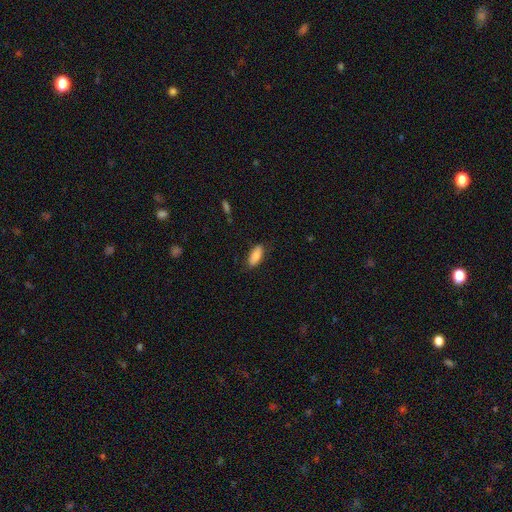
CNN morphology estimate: smooth_or_featured: smooth (p=0.84) [alt: featured or disk p=0.10]
how_rounded: in between (p=0.81) [alt: cigar-shaped p=0.17]
merging: none (p=0.81) [alt: minor disturbance p=0.15]